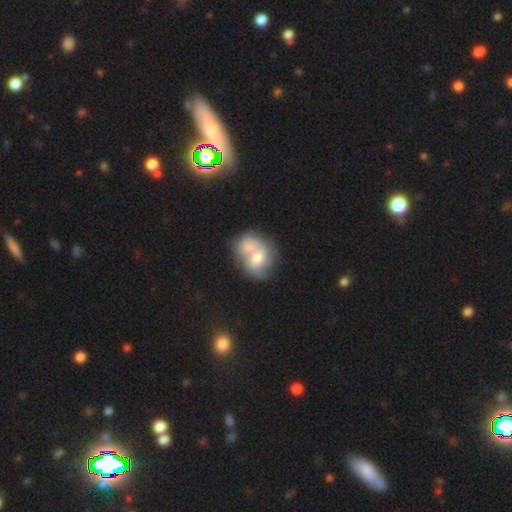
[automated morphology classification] smooth-or-featured: smooth: 56% | featured or disk: 36% | star or artifact: 8%
  how-rounded: round: 55% | in between: 44% | cigar-shaped: 1%
  merging: merger: 61% | none: 22% | minor disturbance: 11% | major disturbance: 6%